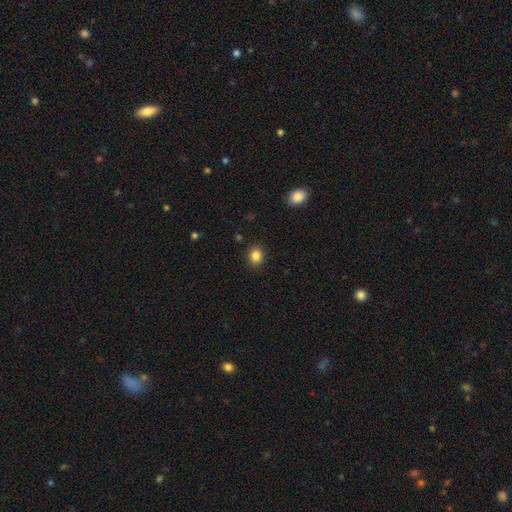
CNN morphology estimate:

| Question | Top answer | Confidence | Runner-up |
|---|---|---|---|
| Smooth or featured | smooth | 85% | star or artifact (11%) |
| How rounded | round | 66% | in between (33%) |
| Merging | none | 90% | minor disturbance (7%) |